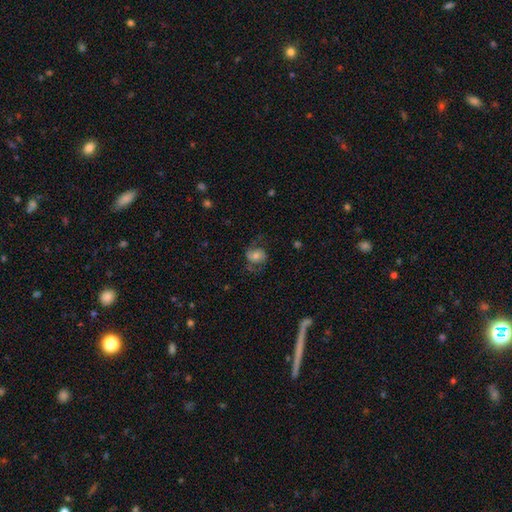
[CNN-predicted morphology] Smooth or featured?
  - featured or disk: 53% *
  - smooth: 38%
  - star or artifact: 9%
Edge-on disk?
  - no: 97% *
  - yes: 3%
Bar?
  - no: 64% *
  - weak: 27%
  - strong: 8%
Spiral arms?
  - yes: 86% *
  - no: 14%
Bulge size?
  - moderate: 54% *
  - small: 28%
  - large: 12%
  - none: 3%
  - dominant: 3%
Merging?
  - none: 62% *
  - minor disturbance: 20%
  - major disturbance: 17%
  - merger: 2%